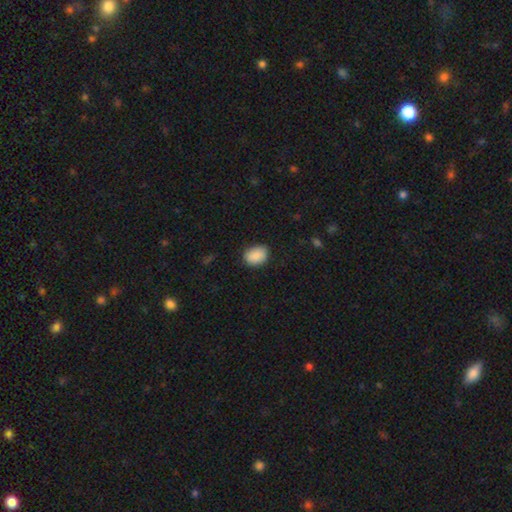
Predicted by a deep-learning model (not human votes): Morphology: type=smooth (89%); roundness=in between (69%); merging=none (82%).